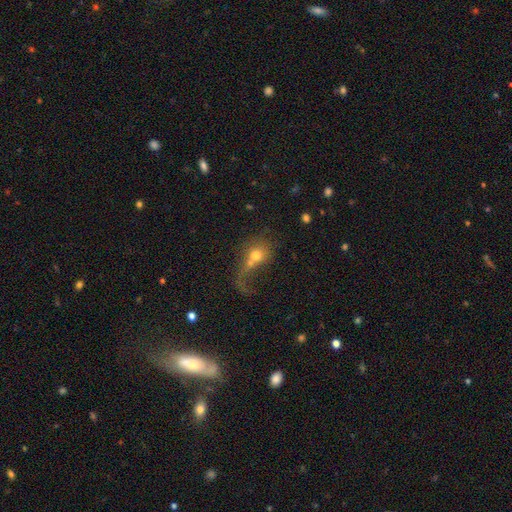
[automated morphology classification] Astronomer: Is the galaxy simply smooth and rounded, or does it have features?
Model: smooth — 56%.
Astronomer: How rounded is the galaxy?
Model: round — 67%.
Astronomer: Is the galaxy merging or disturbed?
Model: merger — 47% (runner-up: major disturbance, 28%).